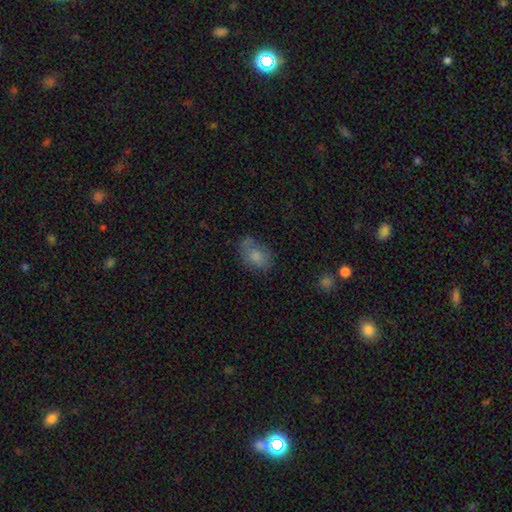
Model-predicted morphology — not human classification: smooth 75%, featured or disk 16%, star or artifact 9%. Down the decision tree: how rounded — in between (81%); merging — none (54%).